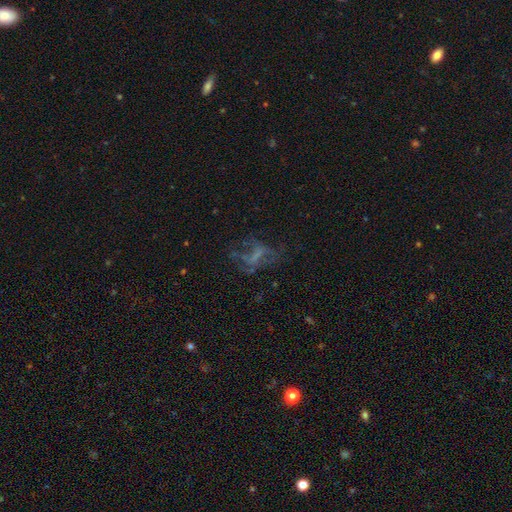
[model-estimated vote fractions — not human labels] featured or disk 48%, smooth 26%, star or artifact 26%. Down the decision tree: merging — none (42%).